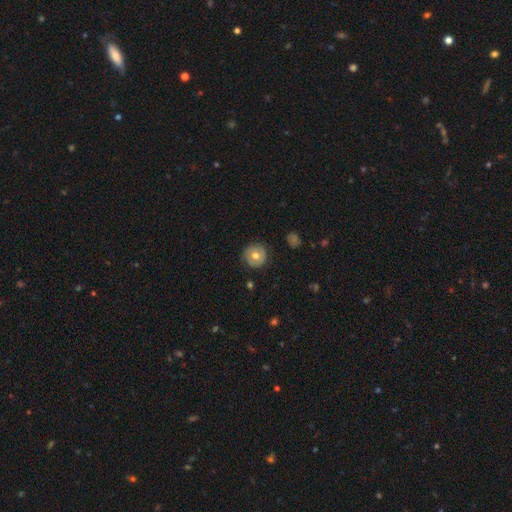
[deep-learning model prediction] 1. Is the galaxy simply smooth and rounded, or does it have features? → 63% smooth, 29% featured or disk, 8% star or artifact.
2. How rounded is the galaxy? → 93% round, 6% in between, 1% cigar-shaped.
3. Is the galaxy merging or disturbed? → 84% none, 12% minor disturbance, 3% major disturbance, 1% merger.